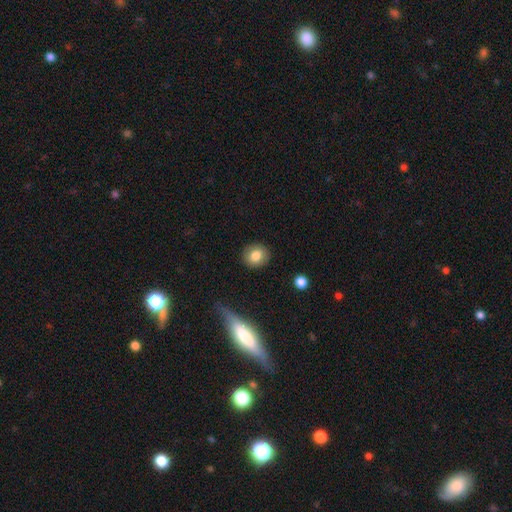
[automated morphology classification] type=smooth (82%); roundness=round (79%); merging=none (88%).